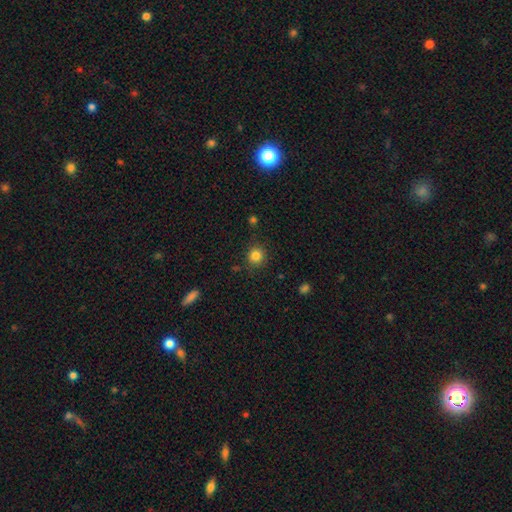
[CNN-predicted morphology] A smooth galaxy with no disk features (83%) that is round (91%). Merging: none (86%).